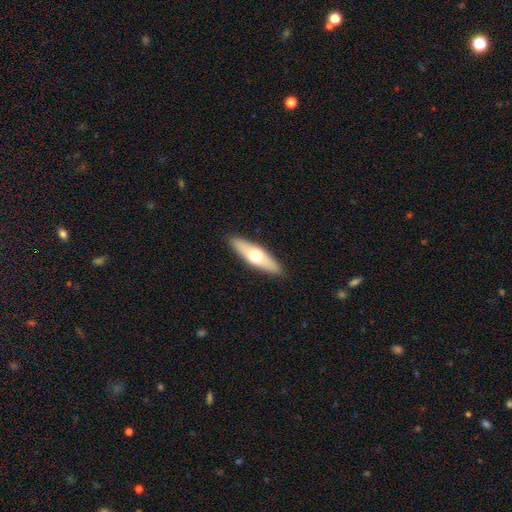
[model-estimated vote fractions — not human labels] This is possibly a smooth galaxy (52%). How rounded: possibly cigar-shaped (59%). Merging: clearly none (88%).